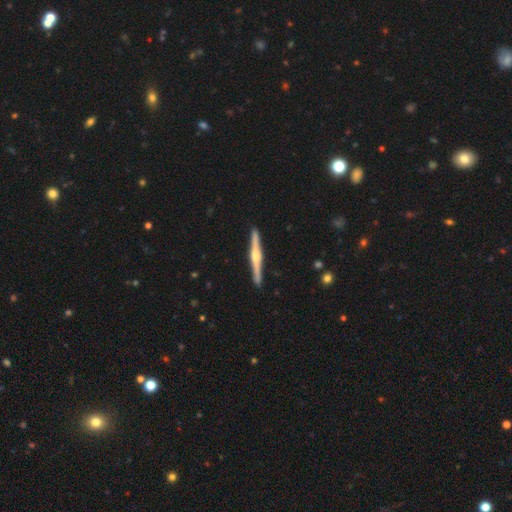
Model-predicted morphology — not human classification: This is clearly a featured or disk galaxy (80%). It is clearly viewed edge-on (99%). Edge-on bulge: clearly rounded (89%). Merging: clearly none (92%).